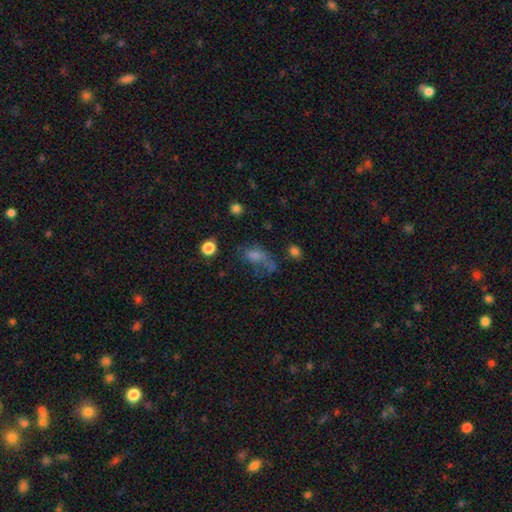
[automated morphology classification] A smooth galaxy with no disk features (46%).

Vote fractions:
- Smooth or featured? smooth: 46% / star or artifact: 28% / featured or disk: 26%
- Merging? none: 35% / major disturbance: 34% / minor disturbance: 20% / merger: 10%